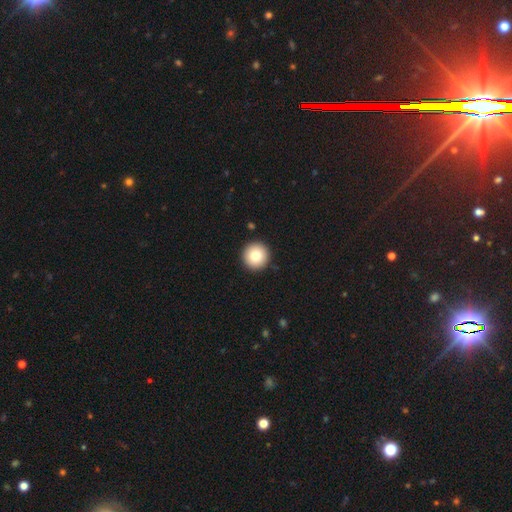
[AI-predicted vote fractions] Overall: smooth (79%). How rounded: round (97%). Merging: none (93%).